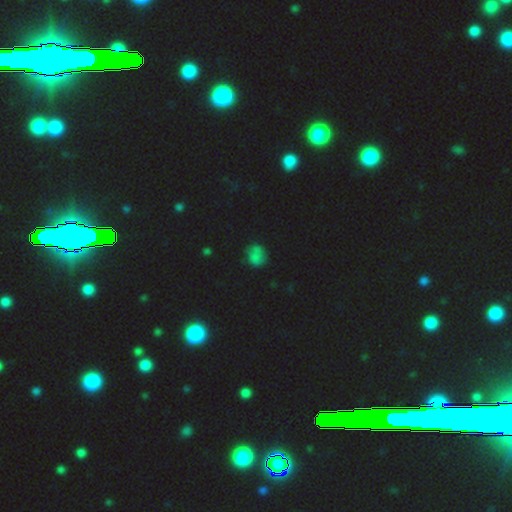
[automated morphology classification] type=smooth (65%); roundness=round (69%); merging=none (65%).